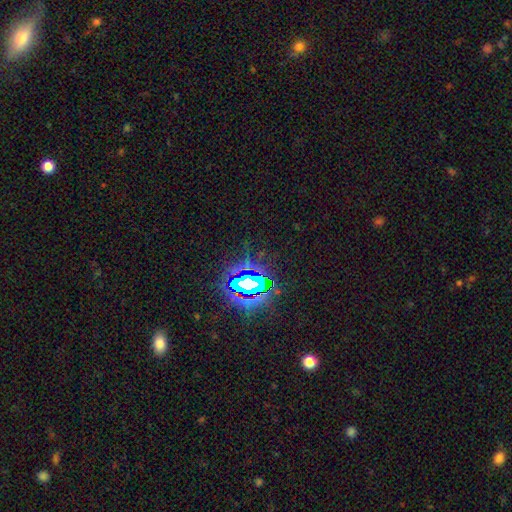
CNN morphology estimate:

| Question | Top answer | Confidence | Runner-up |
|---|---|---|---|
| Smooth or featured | star or artifact | 81% | smooth (12%) |